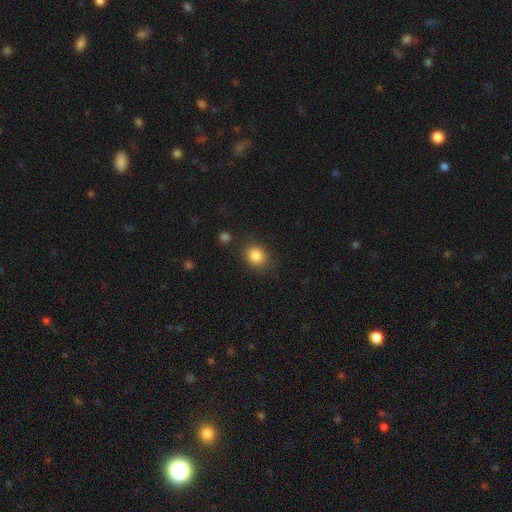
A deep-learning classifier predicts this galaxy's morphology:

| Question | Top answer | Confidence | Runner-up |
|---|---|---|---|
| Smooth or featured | smooth | 85% | star or artifact (10%) |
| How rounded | round | 66% | in between (33%) |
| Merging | none | 80% | minor disturbance (12%) |